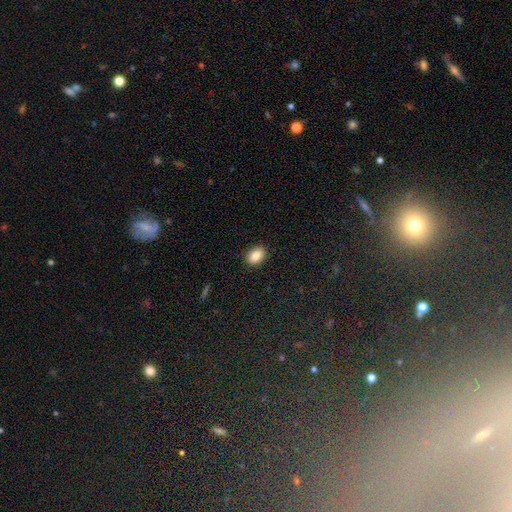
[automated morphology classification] This is clearly a smooth galaxy (85%). How rounded: likely in between (78%). Merging: clearly none (90%).